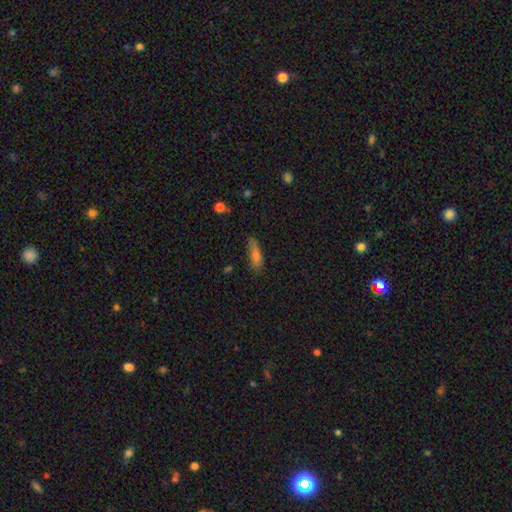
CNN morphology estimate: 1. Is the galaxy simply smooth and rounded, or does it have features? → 69% smooth, 21% featured or disk, 10% star or artifact.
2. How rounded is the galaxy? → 61% cigar-shaped, 36% in between, 3% round.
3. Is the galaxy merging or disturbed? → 68% none, 24% minor disturbance, 6% major disturbance, 2% merger.